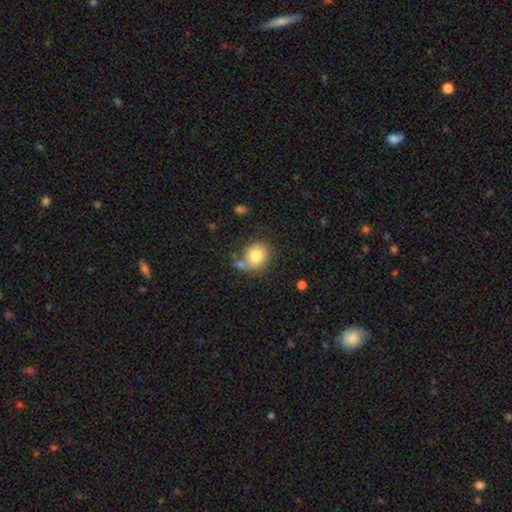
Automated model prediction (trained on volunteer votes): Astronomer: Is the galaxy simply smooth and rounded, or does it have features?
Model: smooth — 81%.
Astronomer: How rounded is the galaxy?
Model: round — 67%.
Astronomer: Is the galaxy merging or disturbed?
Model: none — 60%.